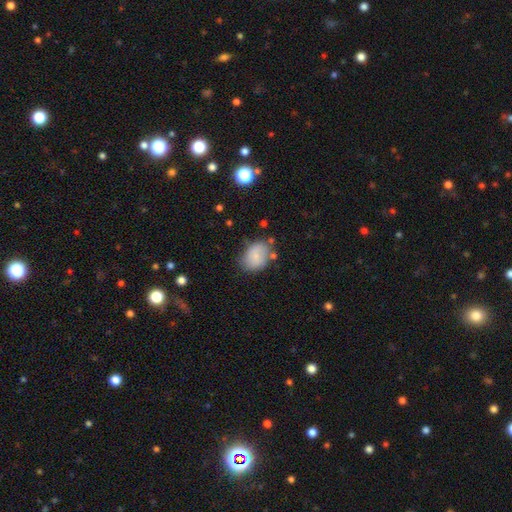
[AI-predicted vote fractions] Overall: smooth (78%). How rounded: in between (64%; round 35%). Merging: none (66%).